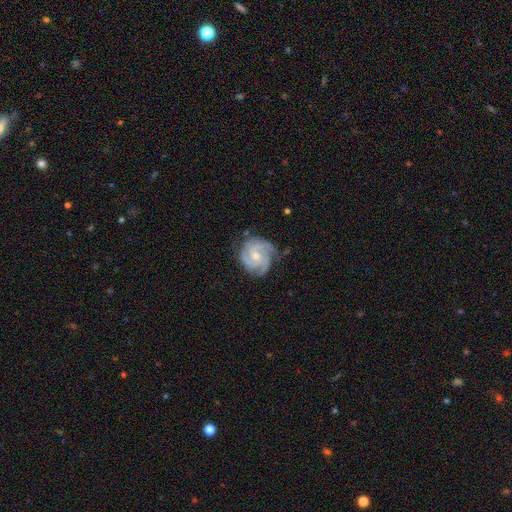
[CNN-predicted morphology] Smooth or featured: featured or disk — 91% (smooth — 5%)
Edge-on disk: no — 98% (yes — 2%)
Bar: no — 62% (weak — 32%)
Spiral arms: yes — 98% (no — 2%)
Spiral winding: tight — 69% (medium — 28%)
Spiral arm count: 3 — 62% (4 — 13%)
Bulge size: moderate — 52% (small — 45%)
Merging: none — 75% (minor disturbance — 19%)